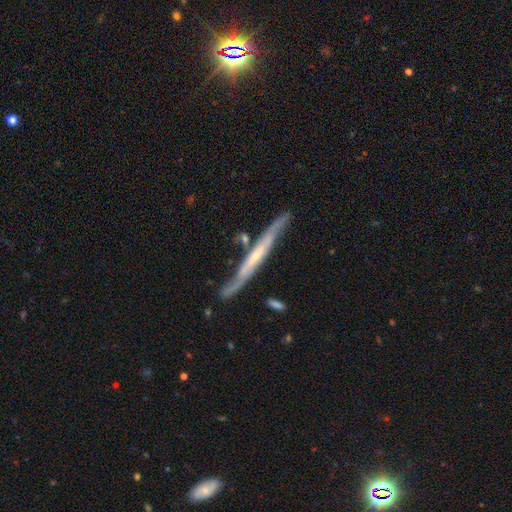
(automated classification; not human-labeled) This is likely a featured or disk galaxy (74%). It is clearly viewed edge-on (82%). Edge-on bulge: likely none (62%). Merging: likely none (68%).